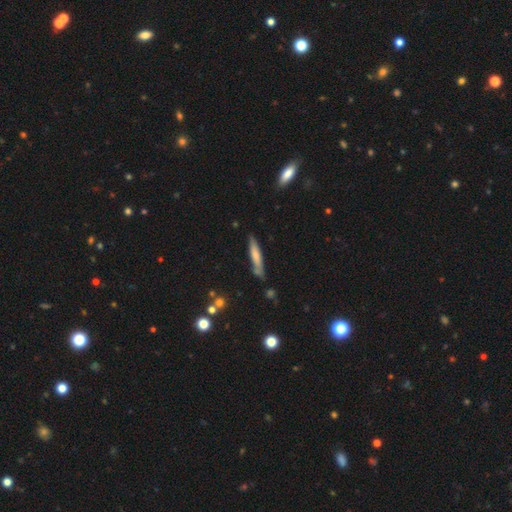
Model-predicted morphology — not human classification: Smooth or featured? Predicted: smooth (p=0.65). How rounded? Predicted: cigar-shaped (p=0.90). Merging? Predicted: none (p=0.74).